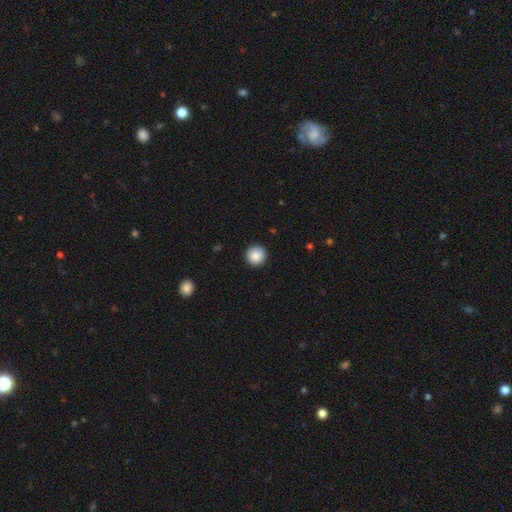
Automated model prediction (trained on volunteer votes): Smooth or featured? Predicted: smooth (p=0.88). How rounded? Predicted: round (p=0.95). Merging? Predicted: none (p=0.92).